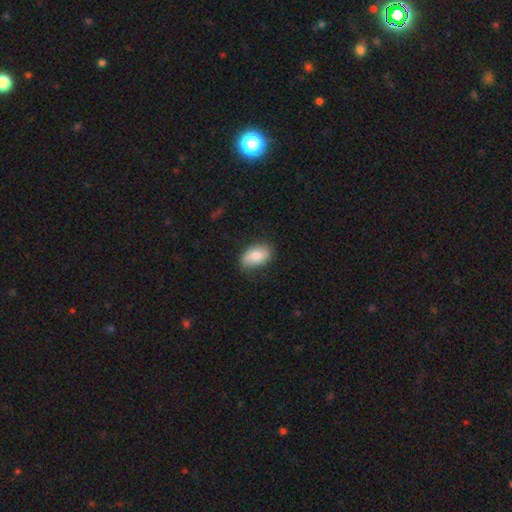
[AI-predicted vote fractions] This appears to be a smooth galaxy with no disk features (81%) that is in between round and cigar-shaped (92%). Merging: none (78%).